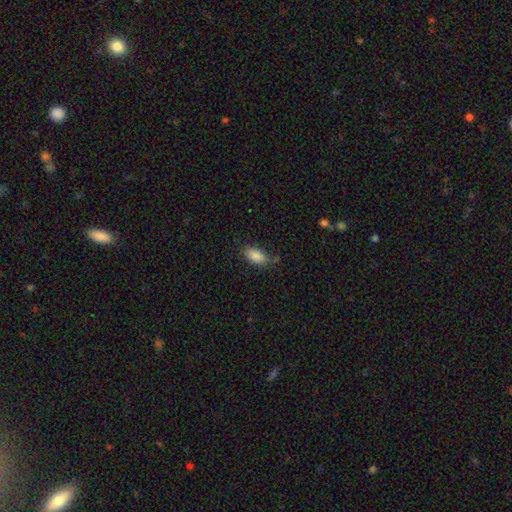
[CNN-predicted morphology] smooth-or-featured: smooth: 87% | star or artifact: 7% | featured or disk: 6%
  how-rounded: in between: 91% | cigar-shaped: 5% | round: 3%
  merging: none: 68% | minor disturbance: 24% | major disturbance: 6% | merger: 3%